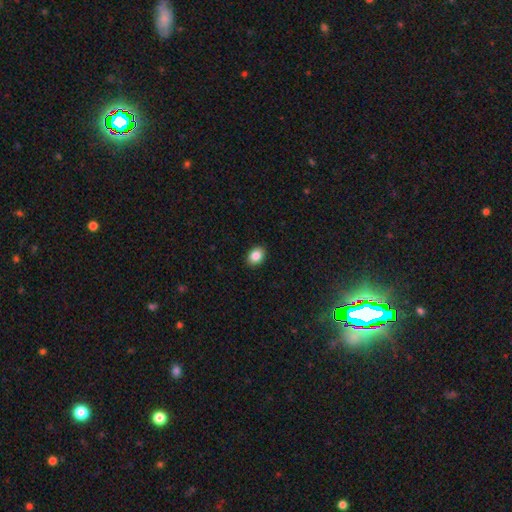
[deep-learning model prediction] Smooth or featured?
  - smooth: 87% *
  - star or artifact: 8%
  - featured or disk: 5%
How rounded?
  - in between: 71% *
  - round: 28%
  - cigar-shaped: 1%
Merging?
  - none: 91% *
  - minor disturbance: 7%
  - major disturbance: 2%
  - merger: 1%